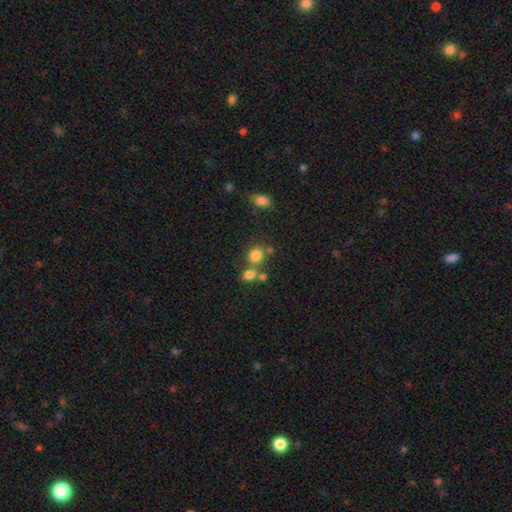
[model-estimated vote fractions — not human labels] Q: Smooth or featured?
A: smooth (79%); runner-up: star or artifact (13%)
Q: How rounded?
A: round (80%); runner-up: in between (19%)
Q: Merging?
A: none (59%); runner-up: merger (27%)